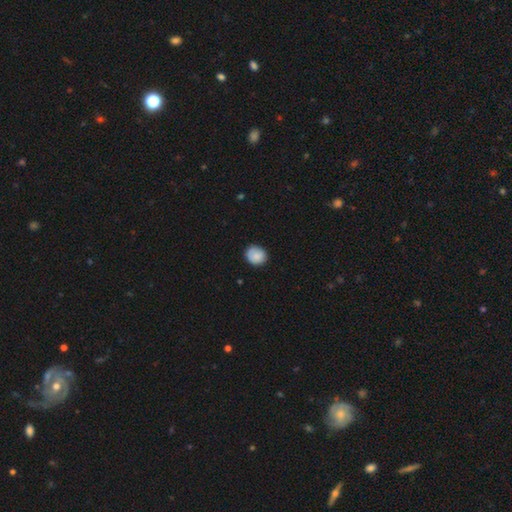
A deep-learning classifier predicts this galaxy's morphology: This appears to be a smooth galaxy with no disk features (86%) that is round (81%). Merging: none (82%).